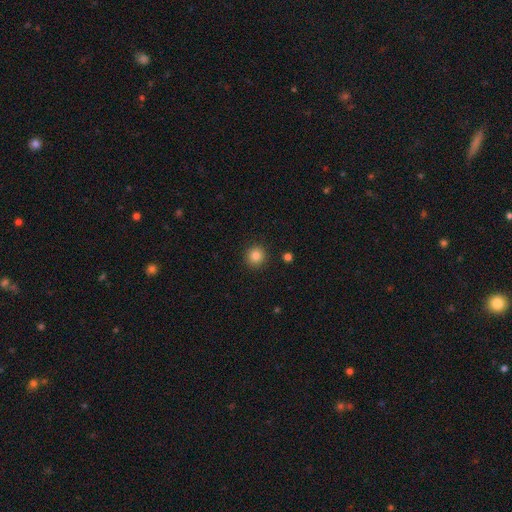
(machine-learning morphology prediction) The model was most divided on "smooth or featured": smooth: 84%, star or artifact: 11%, featured or disk: 5%. More confident: how rounded — round (93%); merging — none (91%).